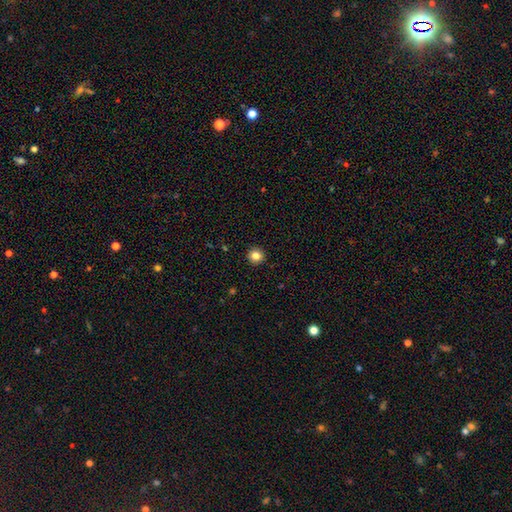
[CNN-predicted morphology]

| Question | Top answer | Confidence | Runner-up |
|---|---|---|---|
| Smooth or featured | smooth | 83% | star or artifact (11%) |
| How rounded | round | 94% | in between (5%) |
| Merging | none | 93% | minor disturbance (5%) |